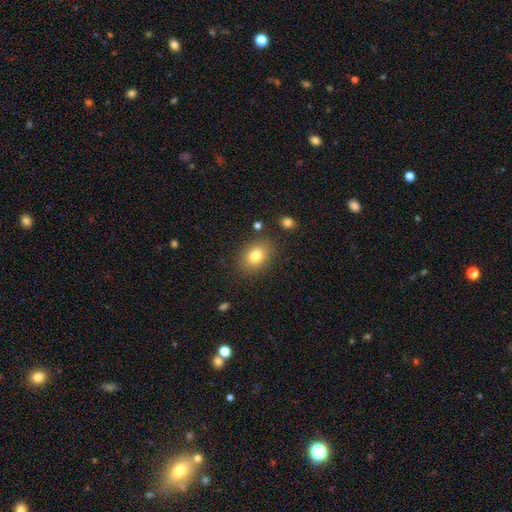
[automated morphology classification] Overall: smooth (80%). How rounded: in between (69%; round 30%). Merging: none (83%).